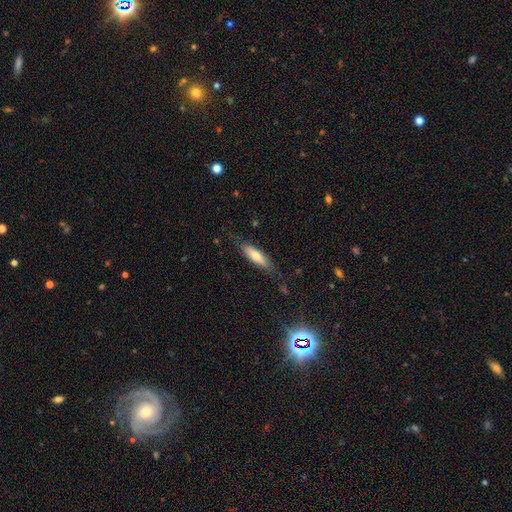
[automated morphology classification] smooth-or-featured: smooth: 62% | featured or disk: 31% | star or artifact: 7%
  how-rounded: cigar-shaped: 60% | in between: 38% | round: 2%
  merging: none: 73% | minor disturbance: 19% | major disturbance: 6% | merger: 2%